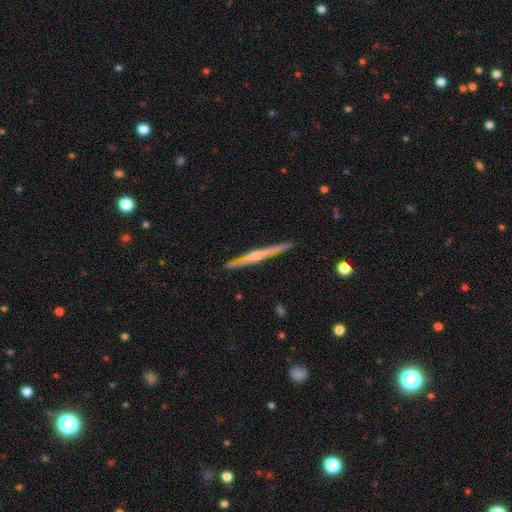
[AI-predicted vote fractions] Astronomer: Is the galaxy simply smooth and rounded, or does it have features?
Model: featured or disk — 83%.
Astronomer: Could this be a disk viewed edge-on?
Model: yes — 98%.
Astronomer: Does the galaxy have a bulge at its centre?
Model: rounded — 76%.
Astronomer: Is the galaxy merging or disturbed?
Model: none — 89%.